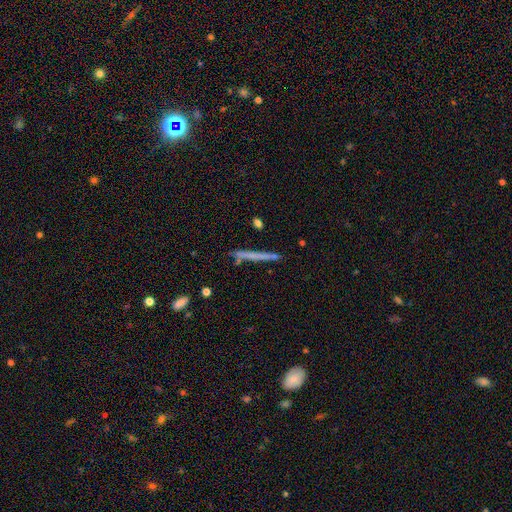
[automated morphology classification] The model was most divided on "smooth or featured": smooth: 50%, featured or disk: 42%, star or artifact: 8%. More confident: merging — none (85%).